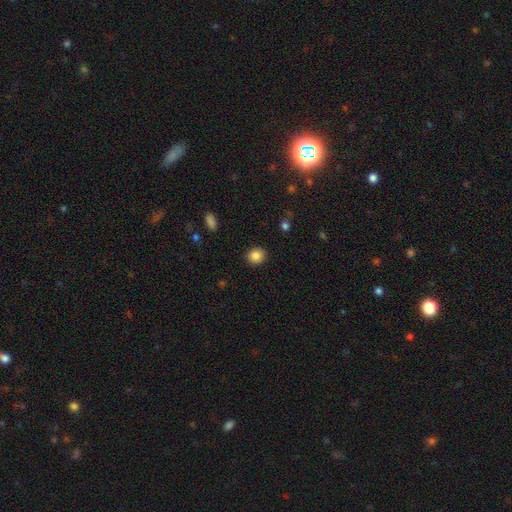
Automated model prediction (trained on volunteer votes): Smooth or featured? Predicted: smooth (p=0.86). How rounded? Predicted: round (p=0.78). Merging? Predicted: none (p=0.91).